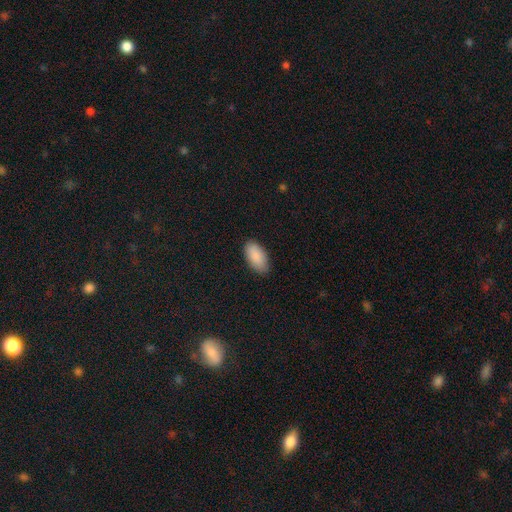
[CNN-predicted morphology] The model was most divided on "merging": none: 85%, minor disturbance: 12%, major disturbance: 2%, merger: 1%. More confident: how rounded — in between (94%); smooth or featured — smooth (89%).